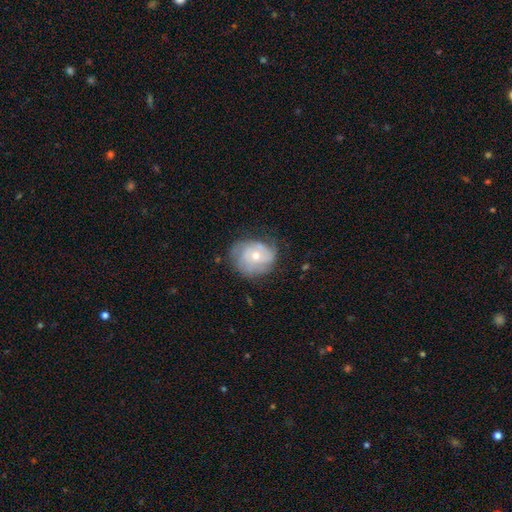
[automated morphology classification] Smooth or featured?
  - featured or disk: 60% *
  - smooth: 33%
  - star or artifact: 7%
Edge-on disk?
  - no: 97% *
  - yes: 3%
Bar?
  - no: 81% *
  - weak: 16%
  - strong: 3%
Spiral arms?
  - yes: 76% *
  - no: 24%
Bulge size?
  - moderate: 57% *
  - small: 39%
  - large: 2%
  - none: 1%
  - dominant: 1%
Merging?
  - none: 59% *
  - minor disturbance: 28%
  - major disturbance: 12%
  - merger: 2%